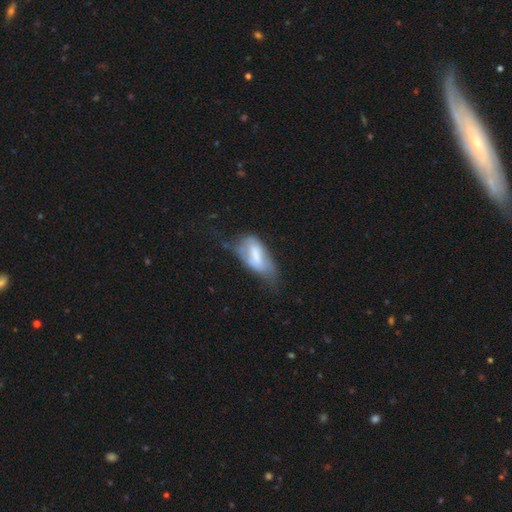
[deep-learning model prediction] smooth-or-featured: smooth: 56% | featured or disk: 37% | star or artifact: 8%
  how-rounded: in between: 88% | cigar-shaped: 9% | round: 3%
  merging: minor disturbance: 35% | major disturbance: 33% | none: 25% | merger: 7%